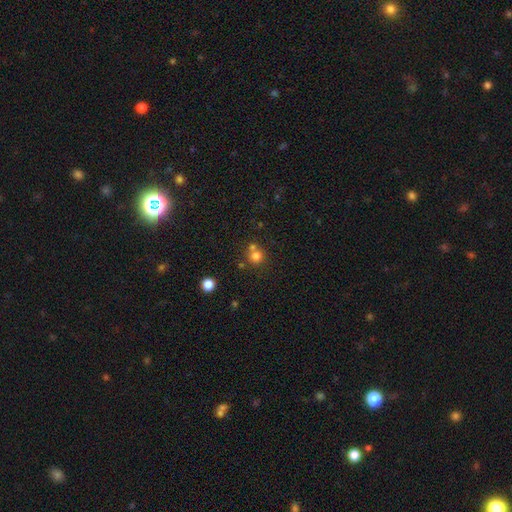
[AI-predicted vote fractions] A smooth galaxy with no disk features (75%) that is round (90%). Merging: none (56%).